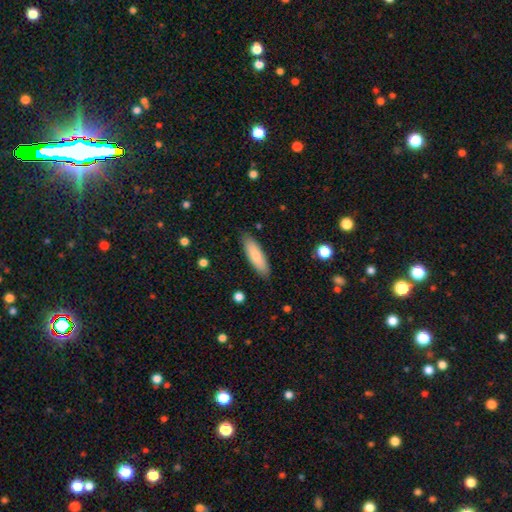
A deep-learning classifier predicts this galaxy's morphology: The model was most divided on "how rounded": cigar-shaped: 54%, in between: 44%, round: 2%. More confident: merging — none (87%); smooth or featured — smooth (79%).